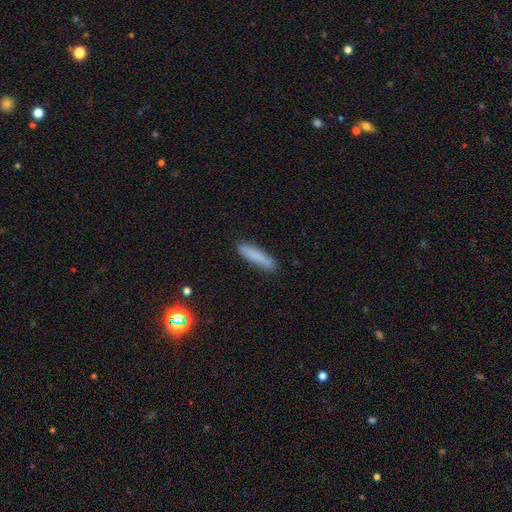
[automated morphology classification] type=smooth (81%); roundness=cigar-shaped (86%); merging=none (84%).